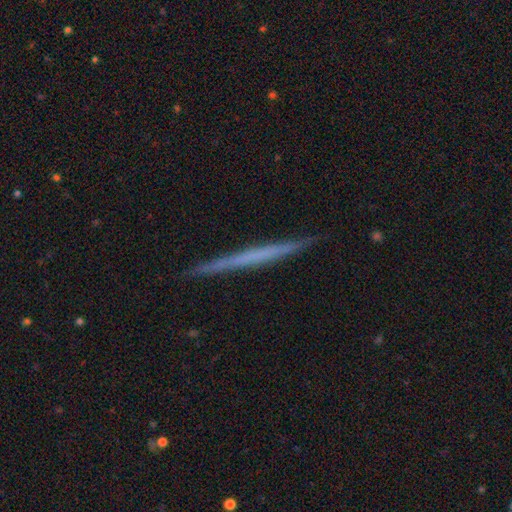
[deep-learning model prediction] A featured or disk galaxy (53%) viewed edge-on (98%) with no central bulge (93%). Merging: none (91%).